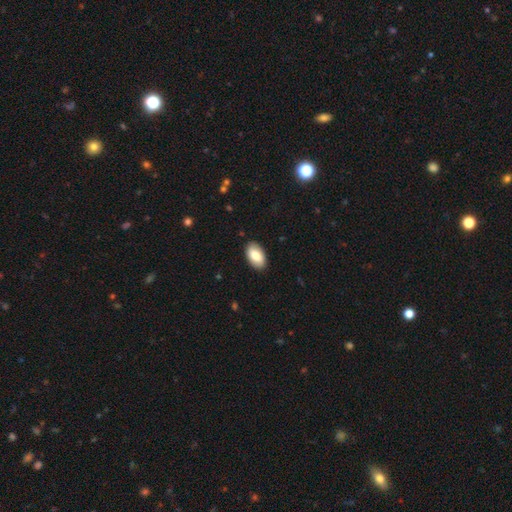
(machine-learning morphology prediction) smooth-or-featured: smooth: 81% | featured or disk: 13% | star or artifact: 6%
  how-rounded: in between: 95% | round: 4% | cigar-shaped: 2%
  merging: none: 89% | minor disturbance: 9% | major disturbance: 2% | merger: 1%